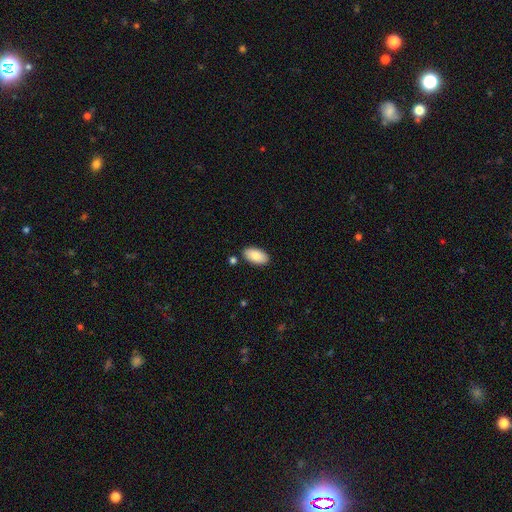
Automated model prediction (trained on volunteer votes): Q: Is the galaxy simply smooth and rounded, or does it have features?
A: smooth — 85%.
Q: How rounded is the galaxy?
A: in between — 95%.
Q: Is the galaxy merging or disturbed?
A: none — 85%.